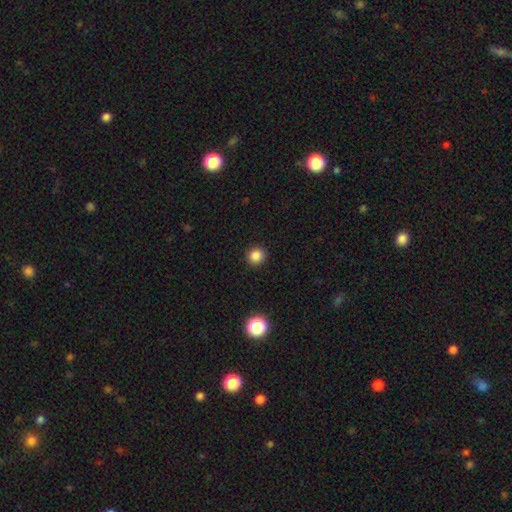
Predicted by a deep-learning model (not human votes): smooth 85%, star or artifact 12%, featured or disk 3%. Down the decision tree: how rounded — round (90%); merging — none (91%).